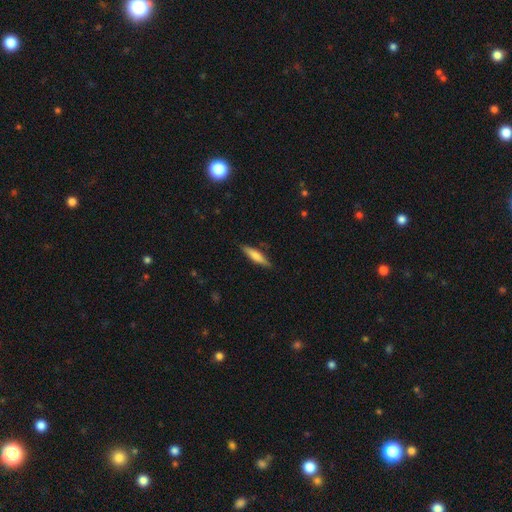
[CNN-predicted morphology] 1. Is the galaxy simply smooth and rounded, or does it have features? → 70% smooth, 25% featured or disk, 6% star or artifact.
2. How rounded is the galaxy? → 78% cigar-shaped, 20% in between, 2% round.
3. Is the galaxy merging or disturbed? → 85% none, 12% minor disturbance, 2% major disturbance, 1% merger.